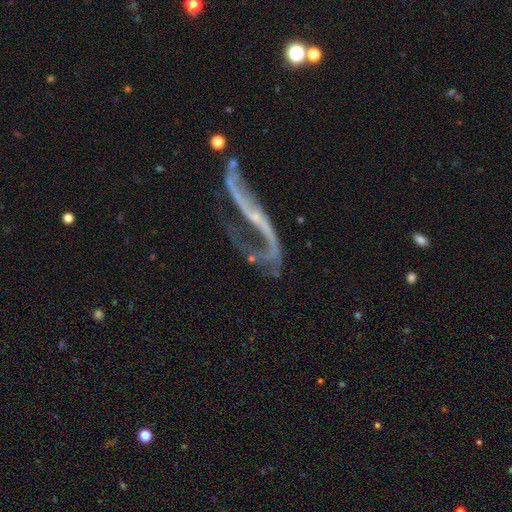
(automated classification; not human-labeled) Smooth or featured: featured or disk — 86% (star or artifact — 8%)
Edge-on disk: no — 85% (yes — 15%)
Bar: no — 44% (strong — 29%)
Spiral arms: yes — 87% (no — 13%)
Spiral winding: loose — 89% (medium — 8%)
Spiral arm count: 2 — 86% (1 — 8%)
Bulge size: small — 69% (none — 22%)
Merging: none — 39% (major disturbance — 32%)